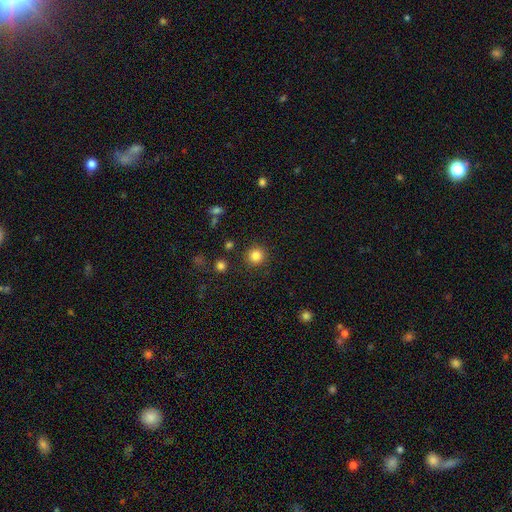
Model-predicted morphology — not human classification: A smooth galaxy with no disk features (84%) that is round (94%).

Vote fractions:
- Smooth or featured? smooth: 84% / star or artifact: 11% / featured or disk: 5%
- How rounded? round: 94% / in between: 5% / cigar-shaped: 1%
- Merging? none: 89% / minor disturbance: 6% / major disturbance: 3% / merger: 2%